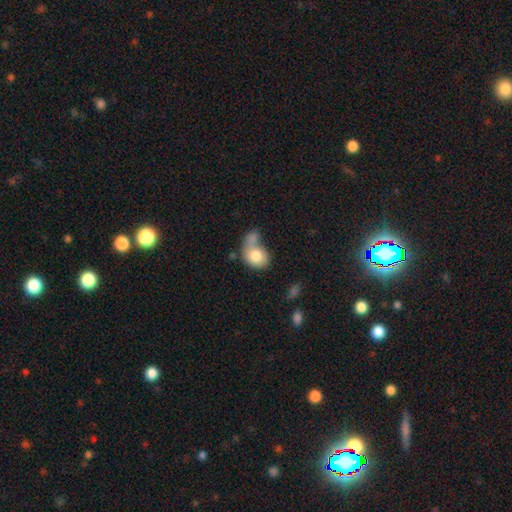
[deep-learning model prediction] The model was most divided on "how rounded": in between: 55%, round: 44%, cigar-shaped: 1%. Remaining: smooth or featured — smooth (78%); merging — merger (49%).